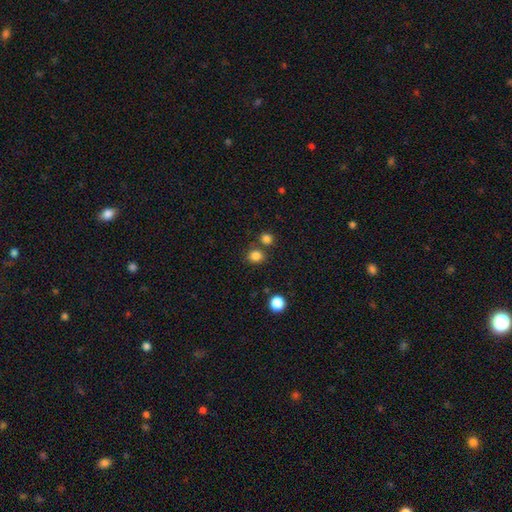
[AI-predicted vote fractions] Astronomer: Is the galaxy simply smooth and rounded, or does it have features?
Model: smooth — 82%.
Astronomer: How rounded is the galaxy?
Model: round — 78%.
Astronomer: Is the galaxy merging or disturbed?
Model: none — 74%.